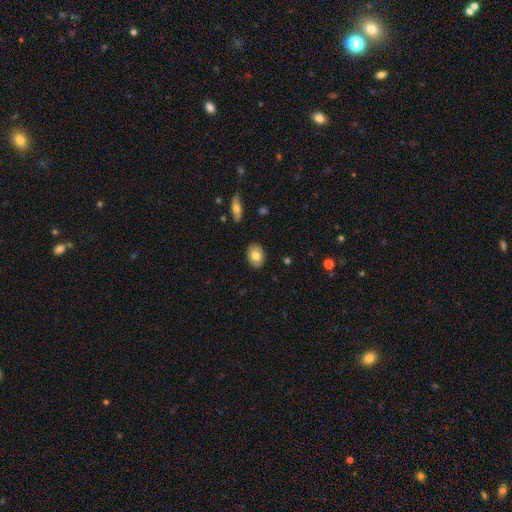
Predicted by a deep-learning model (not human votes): smooth 75%, featured or disk 18%, star or artifact 7%. Down the decision tree: how rounded — in between (72%); merging — none (88%).